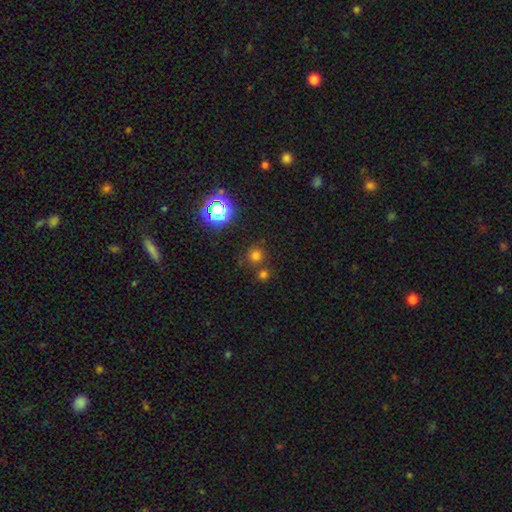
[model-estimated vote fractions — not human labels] Q: Smooth or featured?
A: smooth (67%); runner-up: star or artifact (26%)
Q: How rounded?
A: round (92%); runner-up: in between (7%)
Q: Merging?
A: none (74%); runner-up: merger (15%)